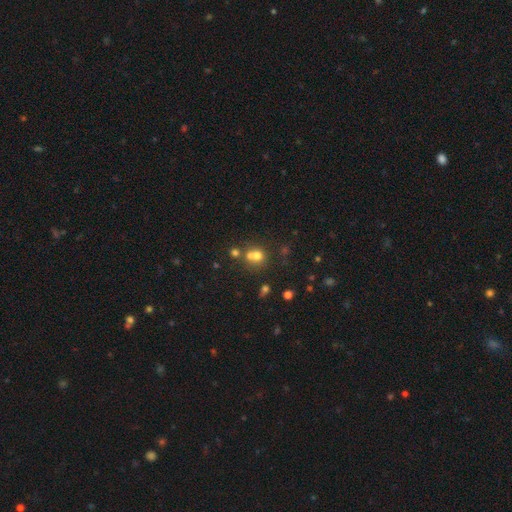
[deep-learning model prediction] The model was most divided on "merging": merger: 52%, none: 37%, minor disturbance: 8%, major disturbance: 4%. More confident: how rounded — round (77%); smooth or featured — smooth (66%).